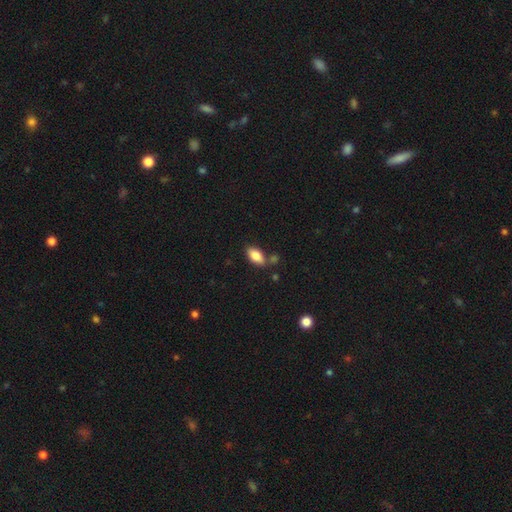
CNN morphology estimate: Smooth or featured? Predicted: smooth (p=0.83). How rounded? Predicted: in between (p=0.91). Merging? Predicted: none (p=0.72).